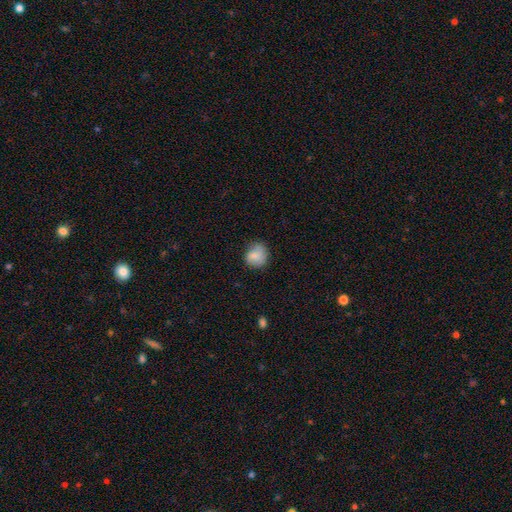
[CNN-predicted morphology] Q: Smooth or featured?
A: smooth (78%); runner-up: featured or disk (14%)
Q: How rounded?
A: round (78%); runner-up: in between (21%)
Q: Merging?
A: none (65%); runner-up: minor disturbance (25%)